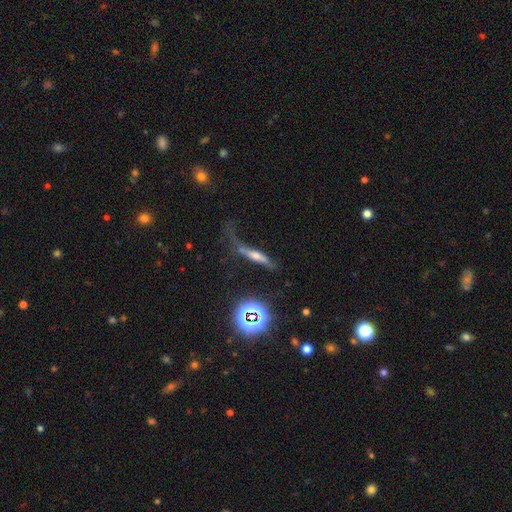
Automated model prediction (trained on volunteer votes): The model was most divided on "smooth or featured": featured or disk: 46%, smooth: 36%, star or artifact: 18%. Remaining: merging — none (41%).